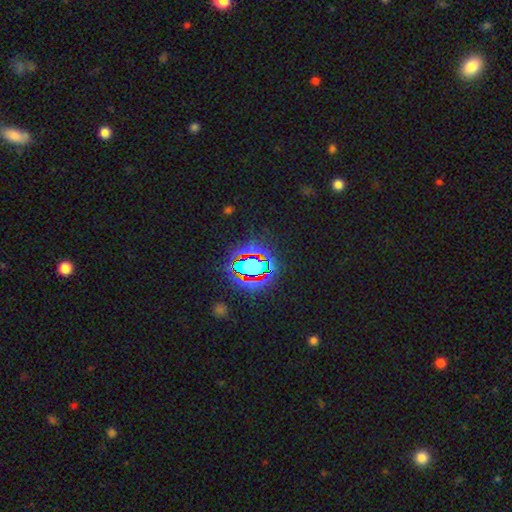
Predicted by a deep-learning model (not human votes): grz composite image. It shows a star or artifact, not a galaxy (76%).